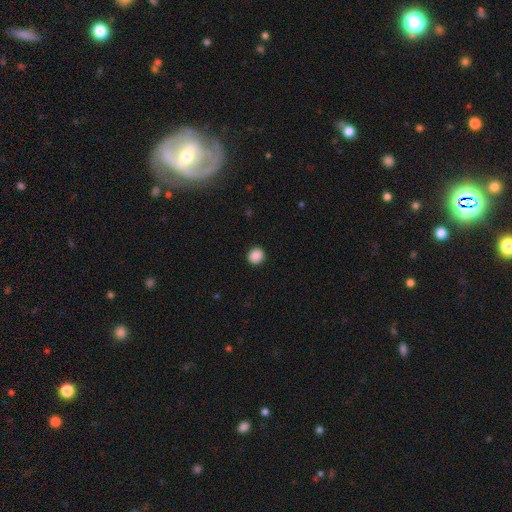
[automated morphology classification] A smooth galaxy with no disk features (88%) that is round (90%).

Vote fractions:
- Smooth or featured? smooth: 88% / star or artifact: 9% / featured or disk: 3%
- How rounded? round: 90% / in between: 9% / cigar-shaped: 1%
- Merging? none: 92% / minor disturbance: 5% / major disturbance: 2% / merger: 1%